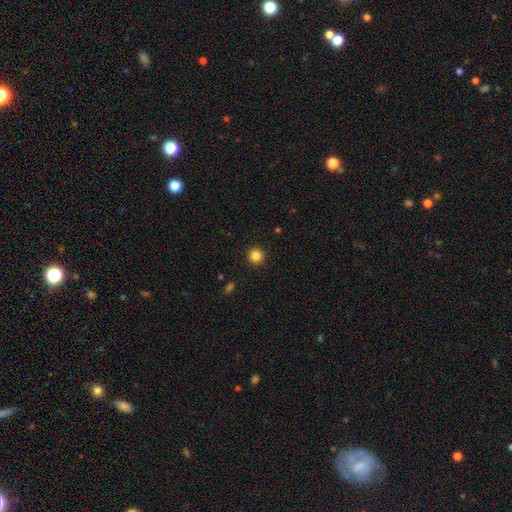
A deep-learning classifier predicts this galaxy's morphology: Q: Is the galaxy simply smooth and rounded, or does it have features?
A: smooth — 85%.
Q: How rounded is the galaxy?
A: round — 95%.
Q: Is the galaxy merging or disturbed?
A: none — 93%.